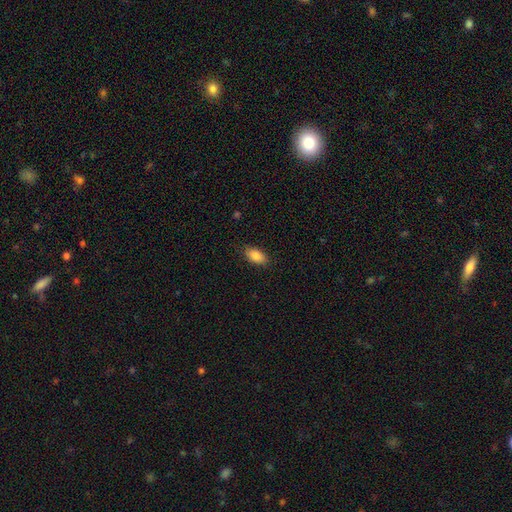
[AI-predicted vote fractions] Smooth or featured?
  - smooth: 87% *
  - star or artifact: 7%
  - featured or disk: 6%
How rounded?
  - in between: 92% *
  - round: 4%
  - cigar-shaped: 4%
Merging?
  - none: 85% *
  - minor disturbance: 11%
  - major disturbance: 2%
  - merger: 1%